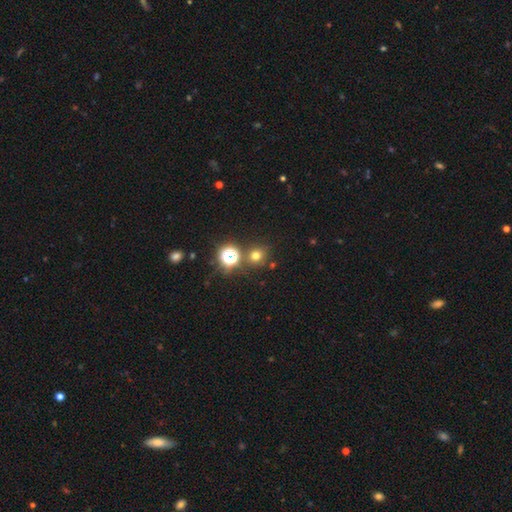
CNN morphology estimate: Smooth or featured: smooth — 66% (star or artifact — 26%)
How rounded: round — 88% (in between — 11%)
Merging: none — 79% (merger — 9%)